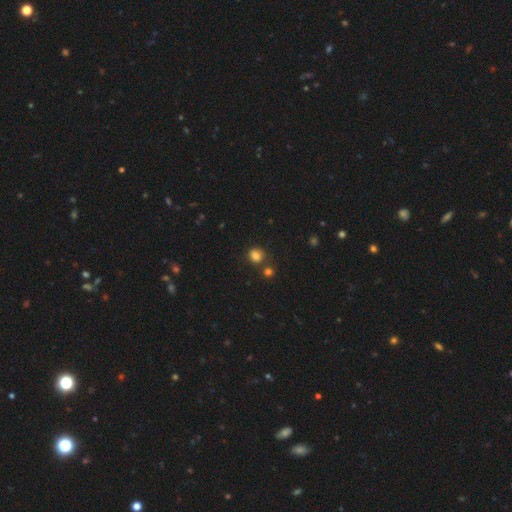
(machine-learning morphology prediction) smooth-or-featured: smooth: 81% | star or artifact: 14% | featured or disk: 5%
  how-rounded: round: 70% | in between: 29% | cigar-shaped: 1%
  merging: none: 70% | merger: 16% | minor disturbance: 11% | major disturbance: 3%